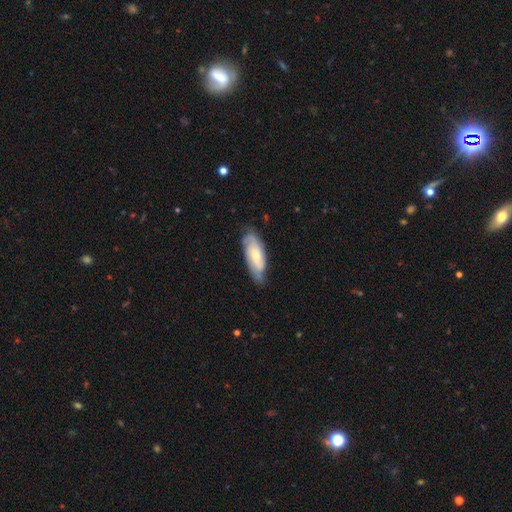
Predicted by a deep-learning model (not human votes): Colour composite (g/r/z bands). It shows a featured or disk galaxy (63%) with no bar (60%), spiral arms (90%) and a small central bulge (51%). Merging: none (68%).